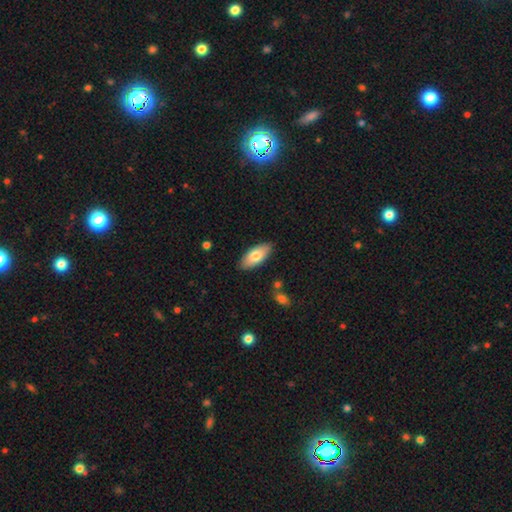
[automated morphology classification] This appears to be a smooth galaxy with no disk features (76%) that is in between round and cigar-shaped (89%). Merging: none (87%).